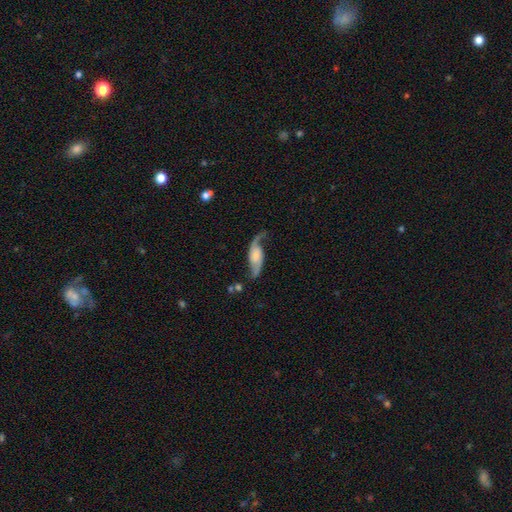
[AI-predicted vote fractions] Smooth or featured: featured or disk — 80% (smooth — 14%)
Edge-on disk: no — 90% (yes — 10%)
Bar: no — 55% (weak — 32%)
Spiral arms: yes — 95% (no — 5%)
Spiral winding: loose — 73% (medium — 22%)
Spiral arm count: 2 — 89% (1 — 5%)
Bulge size: none — 31% (small — 24%)
Merging: none — 62% (minor disturbance — 20%)